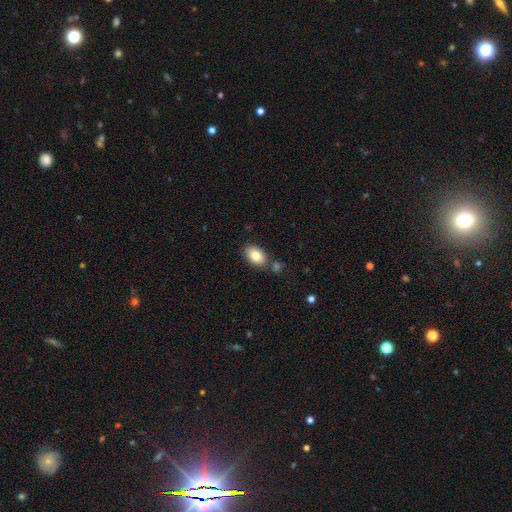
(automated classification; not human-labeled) Morphology: type=smooth (82%); roundness=in between (89%); merging=none (77%).